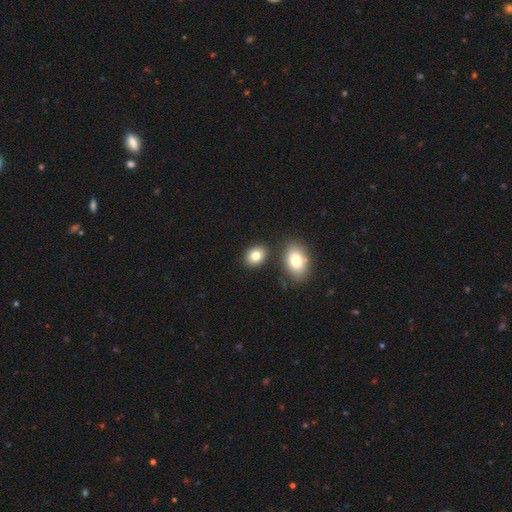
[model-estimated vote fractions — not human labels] Q: Smooth or featured?
A: smooth (81%); runner-up: featured or disk (10%)
Q: How rounded?
A: in between (67%); runner-up: round (32%)
Q: Merging?
A: none (77%); runner-up: merger (11%)